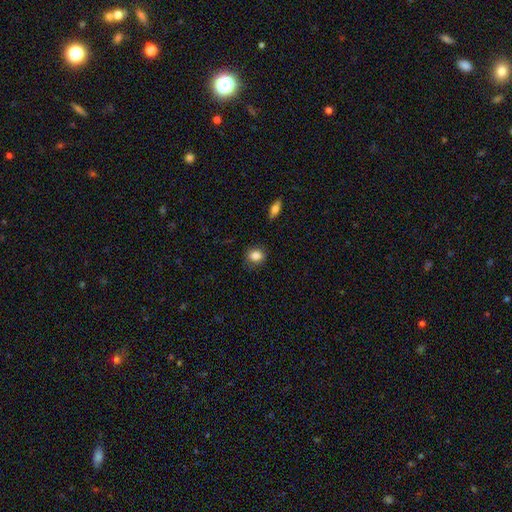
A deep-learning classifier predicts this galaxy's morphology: smooth-or-featured: smooth: 84% | star or artifact: 9% | featured or disk: 7%
  how-rounded: round: 63% | in between: 36% | cigar-shaped: 1%
  merging: none: 82% | minor disturbance: 13% | major disturbance: 3% | merger: 1%